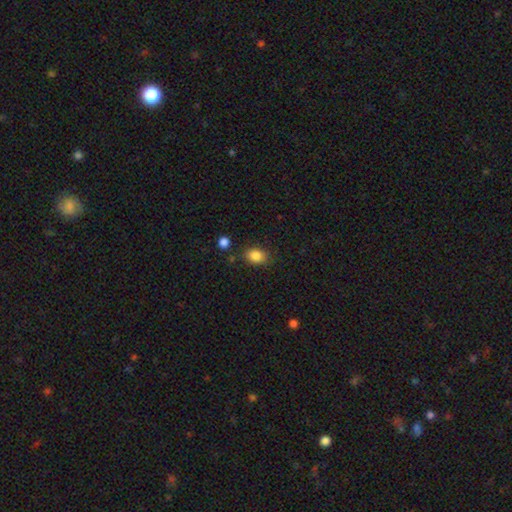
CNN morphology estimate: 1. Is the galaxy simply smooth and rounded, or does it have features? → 86% smooth, 9% star or artifact, 5% featured or disk.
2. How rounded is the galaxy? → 69% in between, 30% round, 1% cigar-shaped.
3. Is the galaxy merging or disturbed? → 77% none, 14% minor disturbance, 4% merger, 4% major disturbance.